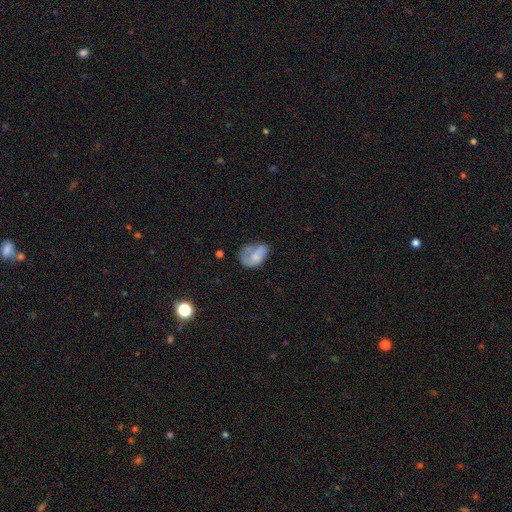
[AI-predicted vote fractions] This appears to be a smooth galaxy with no disk features (56%) that is in between round and cigar-shaped (79%). Merging: minor disturbance (32%, tied with major disturbance).